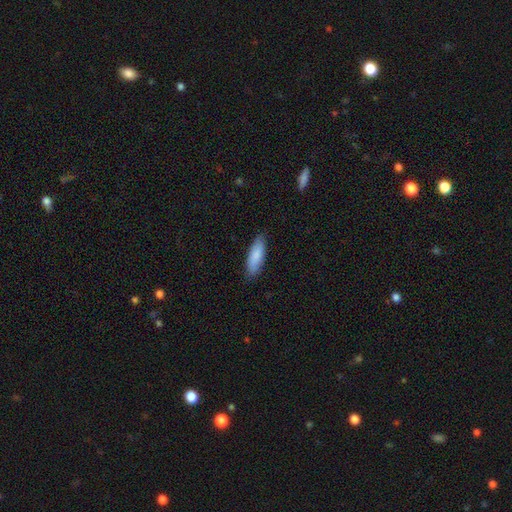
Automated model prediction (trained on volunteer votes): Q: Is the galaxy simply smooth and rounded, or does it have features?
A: smooth — 86%.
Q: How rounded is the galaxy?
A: in between — 53%.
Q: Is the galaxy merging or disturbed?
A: none — 85%.